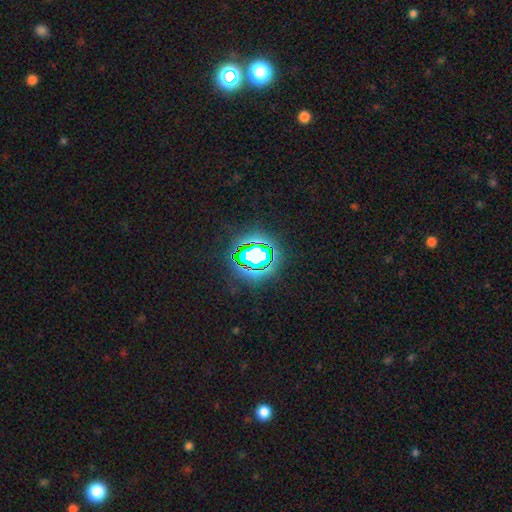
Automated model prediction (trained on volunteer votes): smooth-or-featured: star or artifact: 67% | smooth: 21% | featured or disk: 12%